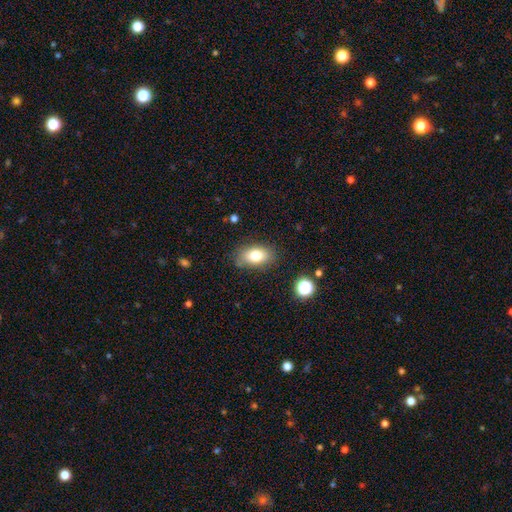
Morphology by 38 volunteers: Smooth or featured? smooth (82%)
How rounded? in between (87%)
Merging? none (81%)